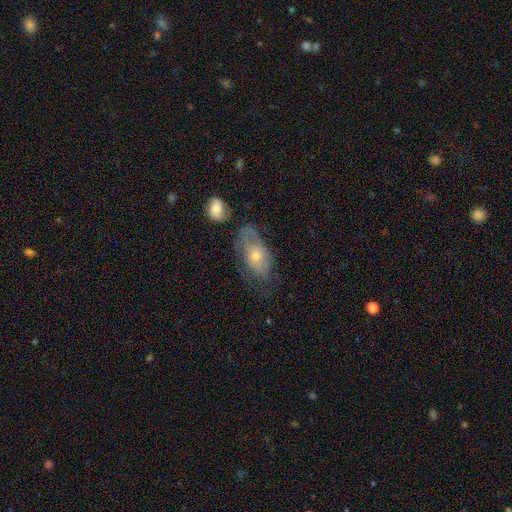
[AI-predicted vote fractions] Smooth or featured? Predicted: smooth (p=0.47). Merging? Predicted: none (p=0.44).